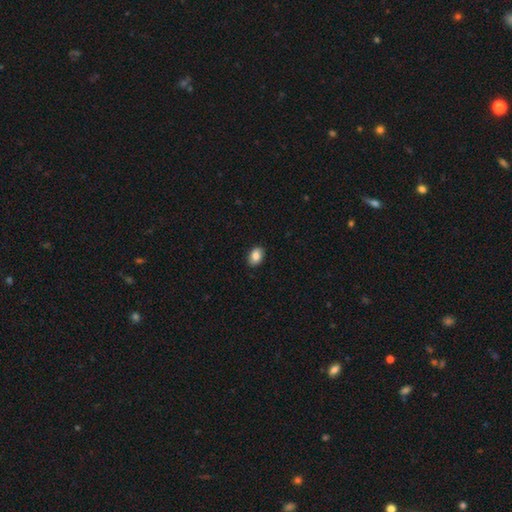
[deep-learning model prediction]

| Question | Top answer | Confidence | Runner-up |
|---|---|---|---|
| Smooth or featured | smooth | 85% | star or artifact (8%) |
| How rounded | in between | 82% | round (16%) |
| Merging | none | 88% | minor disturbance (9%) |